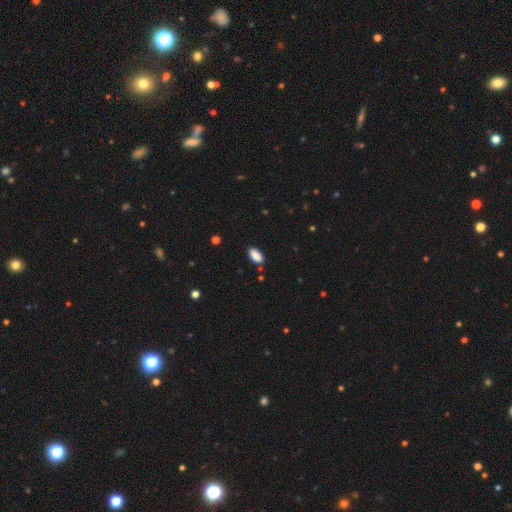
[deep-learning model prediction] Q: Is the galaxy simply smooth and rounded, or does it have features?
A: smooth — 88%.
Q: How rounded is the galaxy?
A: in between — 92%.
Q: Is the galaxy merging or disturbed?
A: none — 85%.